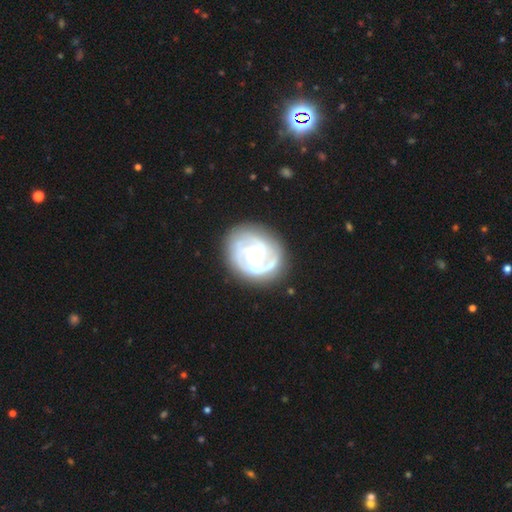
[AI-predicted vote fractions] Smooth or featured? featured or disk (85%)
Edge-on disk? no (98%)
Bar? no (55%)
Spiral arms? yes (93%)
Spiral winding? tight (59%)
Spiral arm count? 3 (30%)
Bulge size? small (56%)
Merging? none (73%)